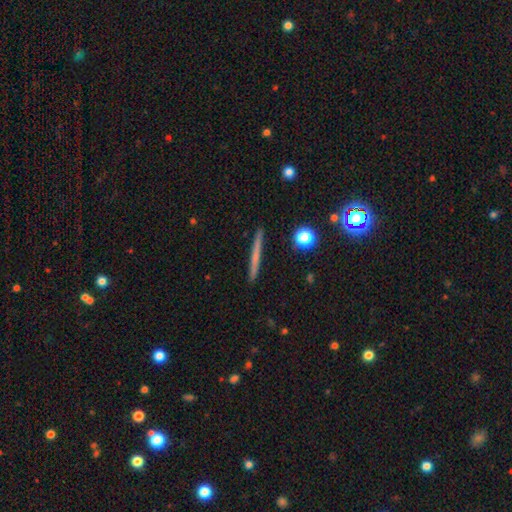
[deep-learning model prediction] Smooth or featured?
  - smooth: 52% *
  - featured or disk: 39%
  - star or artifact: 9%
How rounded?
  - cigar-shaped: 95% *
  - round: 3%
  - in between: 2%
Merging?
  - none: 93% *
  - minor disturbance: 5%
  - major disturbance: 1%
  - merger: 1%